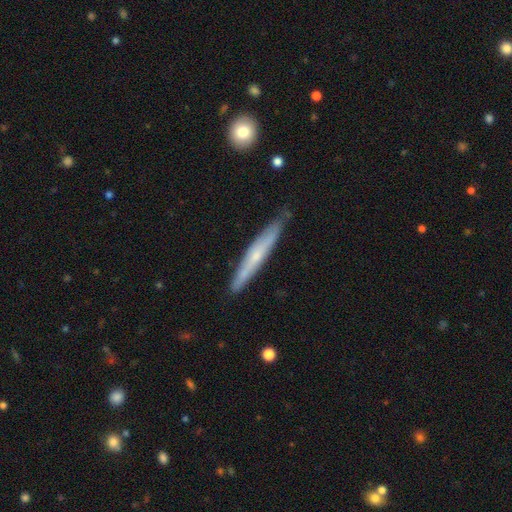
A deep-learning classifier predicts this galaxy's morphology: Smooth or featured? featured or disk (52%)
Edge-on disk? yes (88%)
Merging? none (81%)